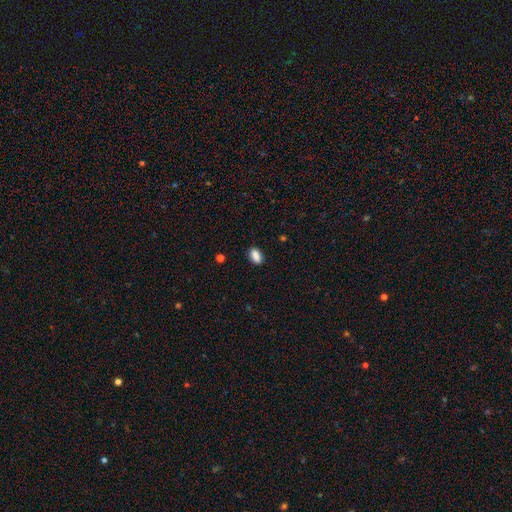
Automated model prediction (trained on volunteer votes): The model was most divided on "merging": none: 87%, minor disturbance: 9%, major disturbance: 2%, merger: 1%. More confident: smooth or featured — smooth (88%); how rounded — in between (88%).